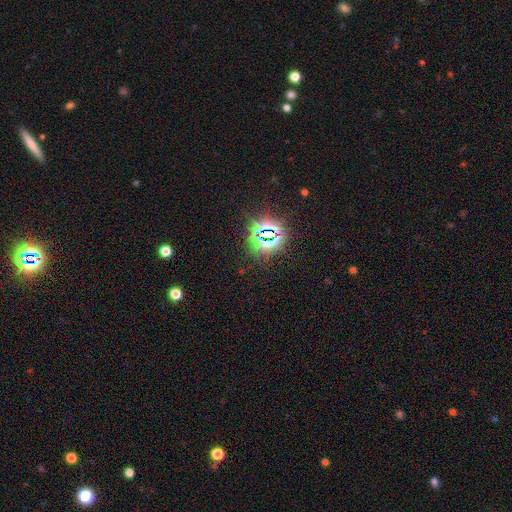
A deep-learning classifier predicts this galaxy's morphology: Q: Smooth or featured?
A: star or artifact (82%); runner-up: smooth (11%)